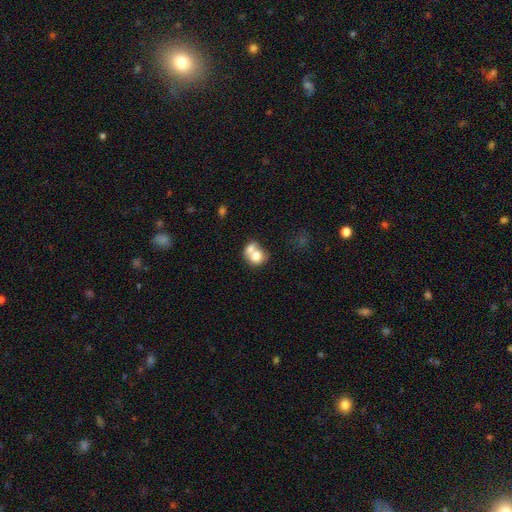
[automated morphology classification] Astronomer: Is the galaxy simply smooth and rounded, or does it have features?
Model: smooth — 70%.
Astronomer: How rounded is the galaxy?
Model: round — 64%.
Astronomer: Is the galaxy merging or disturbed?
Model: merger — 65%.